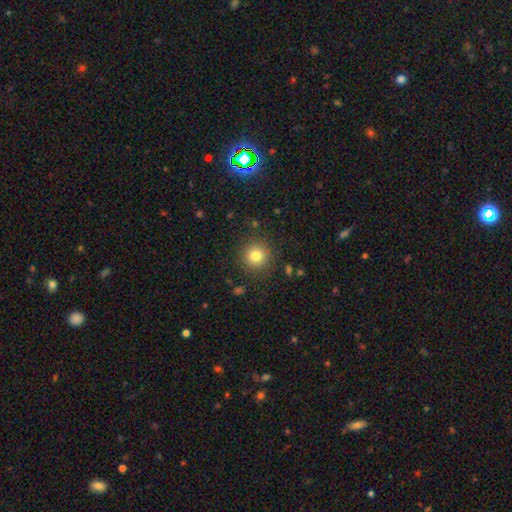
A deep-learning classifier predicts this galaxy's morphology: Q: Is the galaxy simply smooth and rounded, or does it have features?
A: smooth — 80%.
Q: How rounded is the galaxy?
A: round — 94%.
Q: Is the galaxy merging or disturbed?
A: none — 89%.